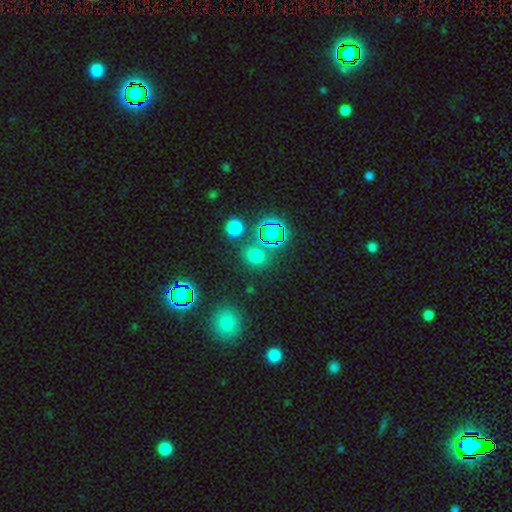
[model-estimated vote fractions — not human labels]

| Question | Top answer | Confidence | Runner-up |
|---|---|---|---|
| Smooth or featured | smooth | 63% | star or artifact (30%) |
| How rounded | round | 65% | in between (34%) |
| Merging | none | 76% | merger (10%) |